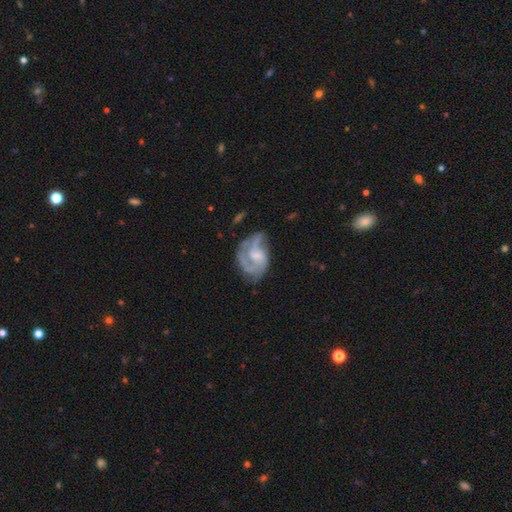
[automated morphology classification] type=featured or disk (79%); edge-on=no (98%); bar=no (46%); spiral arms=yes (90%); winding=medium (47%); arm count=2 (38%); bulge=small (32%); merging=none (48%).